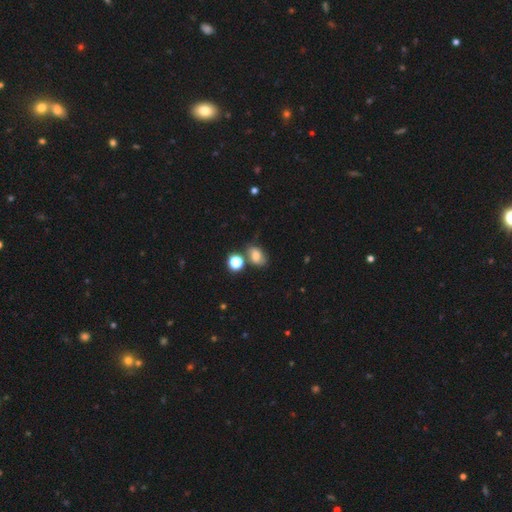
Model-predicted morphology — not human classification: This appears to be a smooth galaxy with no disk features (66%) that is in between round and cigar-shaped (70%). Merging: none (57%).